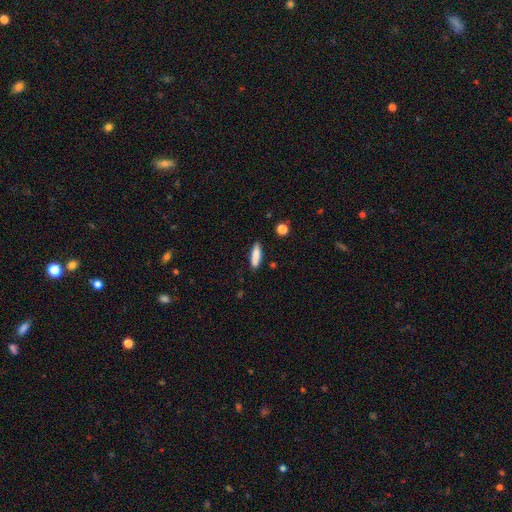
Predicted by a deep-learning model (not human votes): smooth-or-featured: smooth: 85% | featured or disk: 9% | star or artifact: 7%
  how-rounded: cigar-shaped: 69% | in between: 29% | round: 2%
  merging: none: 86% | minor disturbance: 10% | major disturbance: 2% | merger: 2%